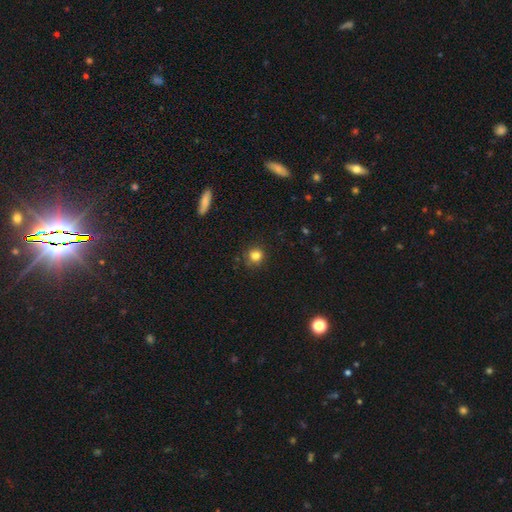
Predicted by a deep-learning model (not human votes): This appears to be a smooth galaxy with no disk features (82%) that is round (90%). Merging: none (85%).